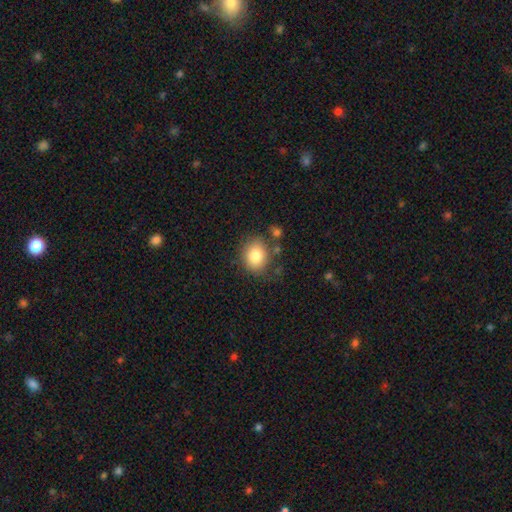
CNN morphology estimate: Smooth or featured? smooth (83%)
How rounded? round (54%)
Merging? none (73%)